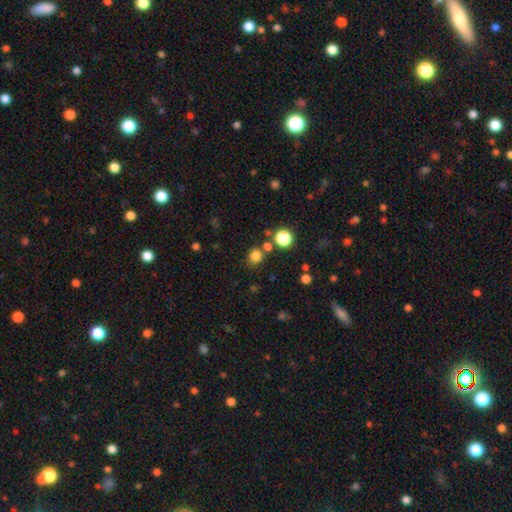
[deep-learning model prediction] This appears to be a smooth galaxy with no disk features (79%) that is round (71%). Merging: none (74%).